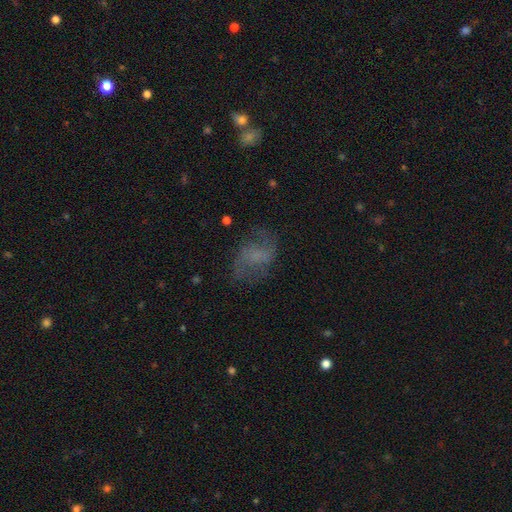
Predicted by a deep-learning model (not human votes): Smooth or featured? featured or disk (55%)
Edge-on disk? no (97%)
Bar? no (56%)
Spiral arms? yes (80%)
Bulge size? none (51%)
Merging? none (60%)